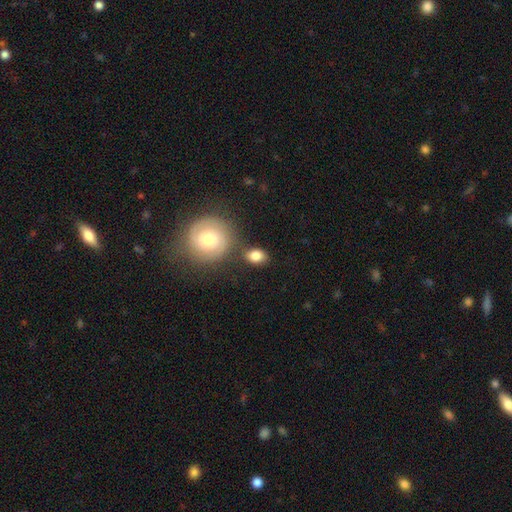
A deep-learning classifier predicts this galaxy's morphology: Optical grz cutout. It shows a smooth galaxy with no disk features (80%) that is in between round and cigar-shaped (71%). Merging: none (67%).